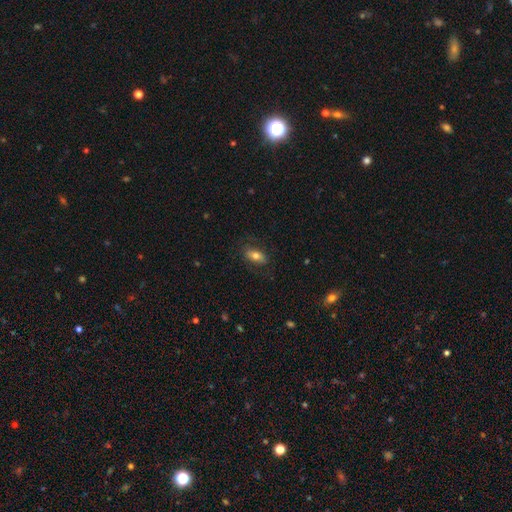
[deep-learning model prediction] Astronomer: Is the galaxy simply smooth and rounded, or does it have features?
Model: smooth — 70%.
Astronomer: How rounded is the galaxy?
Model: in between — 86%.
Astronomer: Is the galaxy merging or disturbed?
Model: none — 79%.